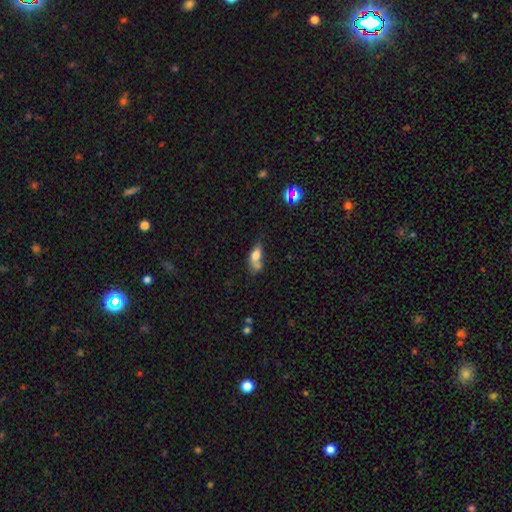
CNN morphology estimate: A smooth galaxy with no disk features (70%) that is in between round and cigar-shaped (78%). Merging: merger (36%).